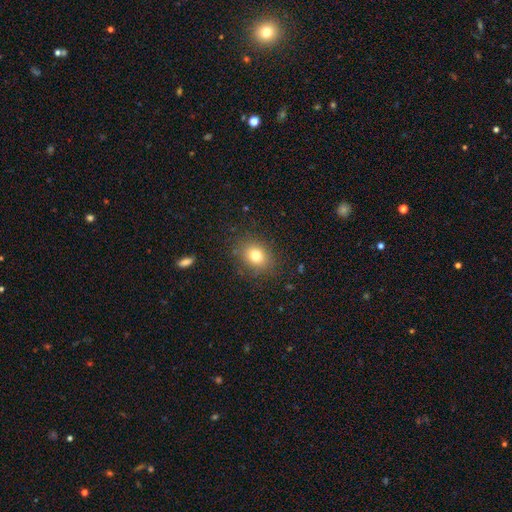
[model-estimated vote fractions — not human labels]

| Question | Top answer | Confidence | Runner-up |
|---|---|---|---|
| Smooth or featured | smooth | 78% | star or artifact (12%) |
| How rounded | round | 54% | in between (45%) |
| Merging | none | 85% | minor disturbance (10%) |